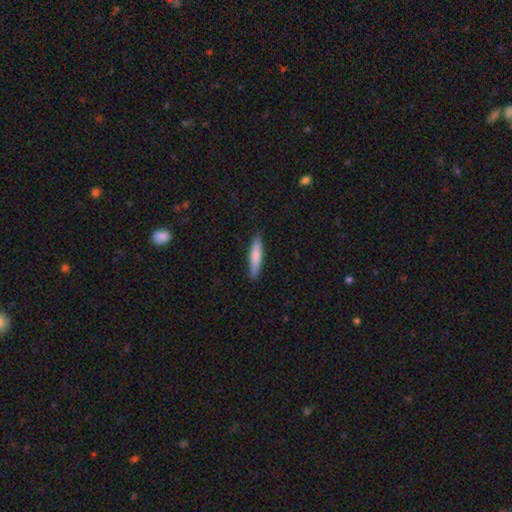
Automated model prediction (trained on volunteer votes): Smooth or featured? Predicted: smooth (p=0.75). How rounded? Predicted: cigar-shaped (p=0.86). Merging? Predicted: none (p=0.87).